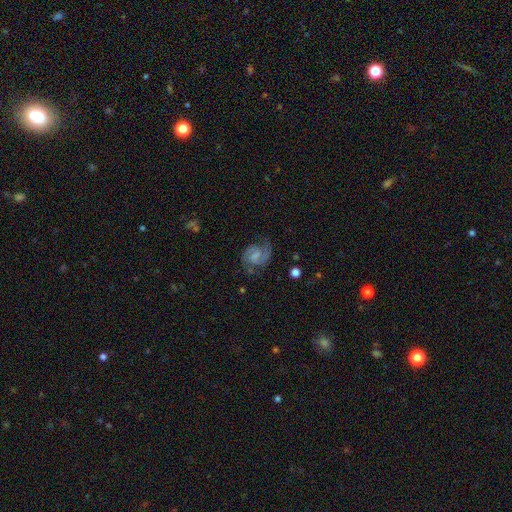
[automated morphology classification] This is likely a featured or disk galaxy (79%). It is clearly not viewed edge-on (98%). Bar: possibly weak (54%). Spiral arm pattern: clearly yes (95%). Spiral arm count: clearly 2 (83%). Spiral winding: possibly medium (53%). Central bulge: marginally small (41%). Merging: likely none (67%).